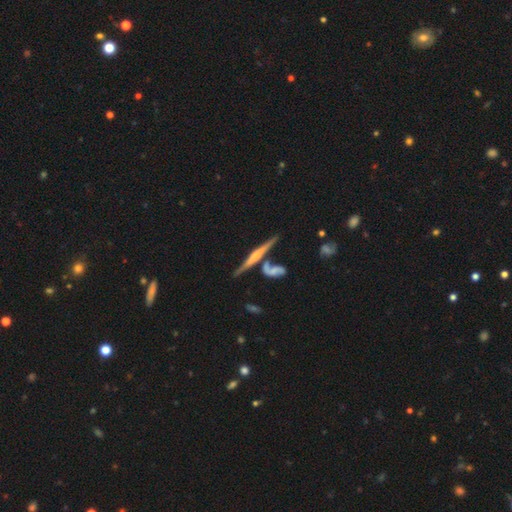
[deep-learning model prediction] Smooth or featured?
  - featured or disk: 73% *
  - smooth: 20%
  - star or artifact: 7%
Edge-on disk?
  - yes: 93% *
  - no: 7%
Edge-on bulge?
  - rounded: 65% *
  - none: 19%
  - boxy: 16%
Merging?
  - none: 52% *
  - merger: 27%
  - minor disturbance: 15%
  - major disturbance: 7%